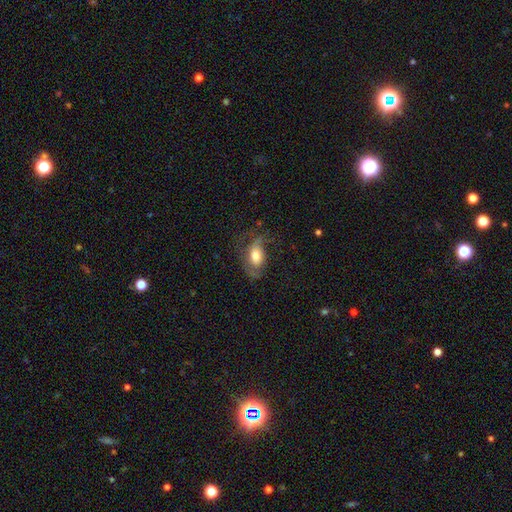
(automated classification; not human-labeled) This is possibly a smooth galaxy (56%). How rounded: clearly in between (87%). Merging: marginally none (43%).